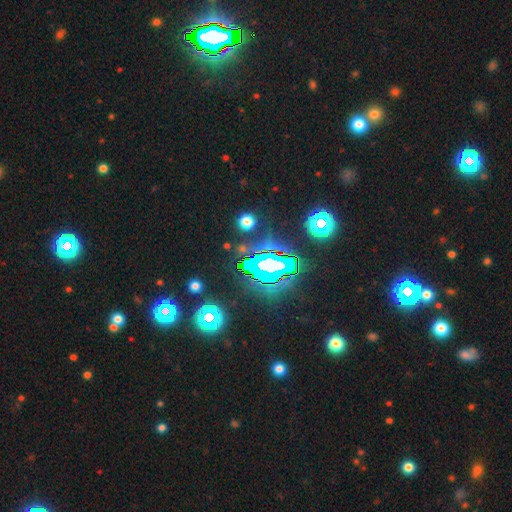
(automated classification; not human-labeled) Smooth or featured?
  - star or artifact: 81% *
  - smooth: 11%
  - featured or disk: 8%